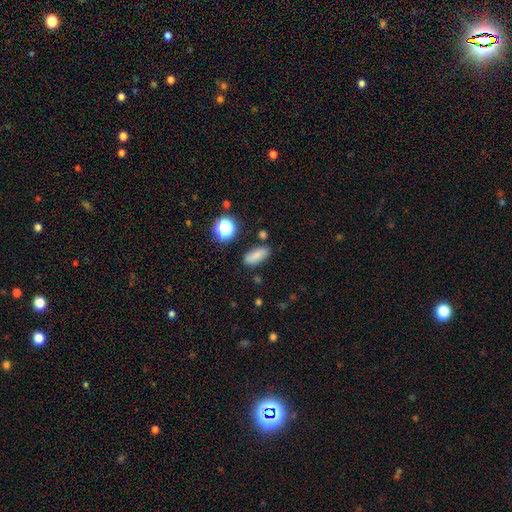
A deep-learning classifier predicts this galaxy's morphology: Smooth or featured? smooth (78%)
How rounded? in between (78%)
Merging? none (79%)